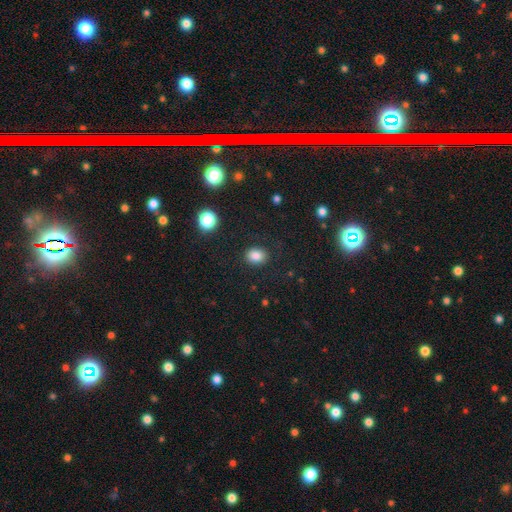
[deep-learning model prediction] Smooth or featured: smooth — 84% (star or artifact — 11%)
How rounded: in between — 51% (round — 48%)
Merging: none — 87% (minor disturbance — 9%)